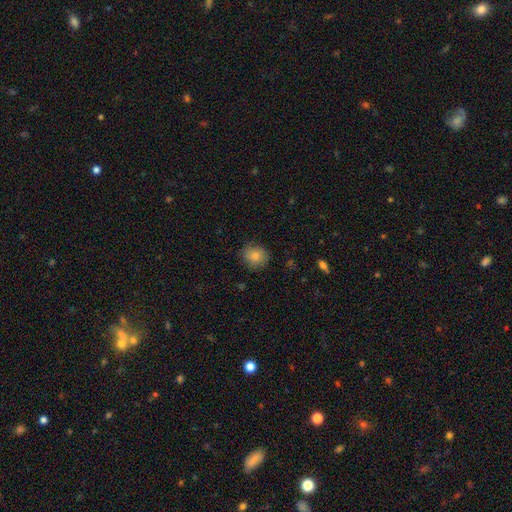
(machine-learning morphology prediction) This is clearly a smooth galaxy (80%). How rounded: clearly round (83%). Merging: clearly none (83%).